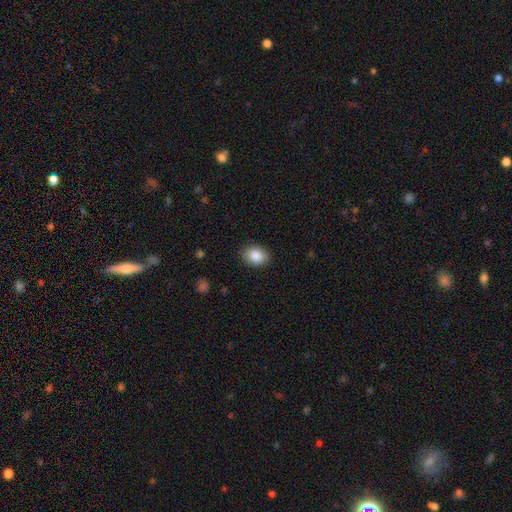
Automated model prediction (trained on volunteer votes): A smooth galaxy with no disk features (87%) that is in between round and cigar-shaped (68%). Merging: none (87%).